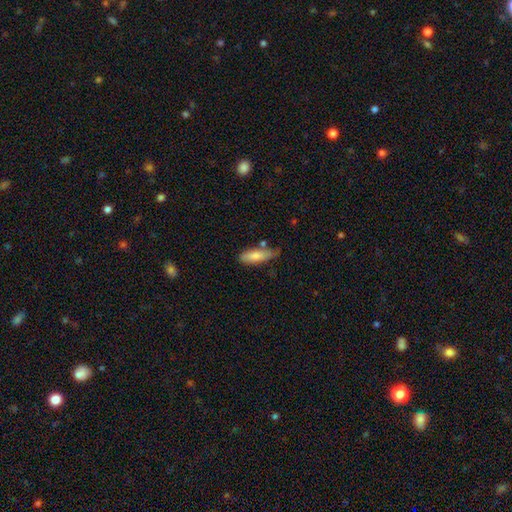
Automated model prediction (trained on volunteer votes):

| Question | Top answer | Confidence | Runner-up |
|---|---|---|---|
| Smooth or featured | smooth | 76% | featured or disk (17%) |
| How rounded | in between | 60% | cigar-shaped (38%) |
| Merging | none | 56% | minor disturbance (30%) |